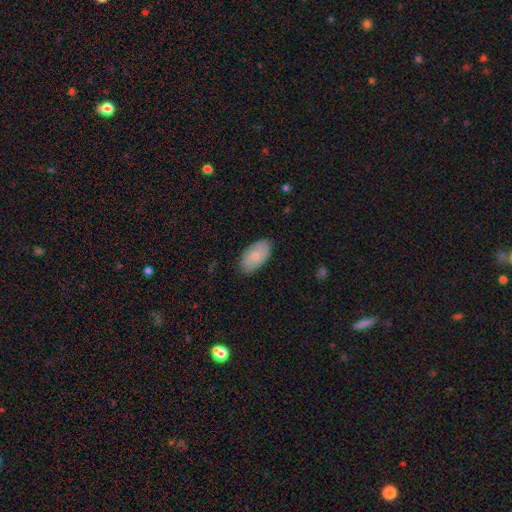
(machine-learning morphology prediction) smooth-or-featured: smooth: 74% | featured or disk: 20% | star or artifact: 6%
  how-rounded: in between: 94% | round: 4% | cigar-shaped: 2%
  merging: none: 83% | minor disturbance: 13% | major disturbance: 2% | merger: 1%